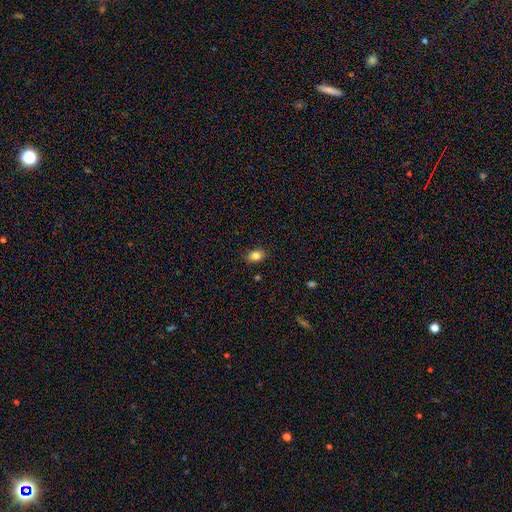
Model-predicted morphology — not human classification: Smooth or featured? Predicted: smooth (p=0.84). How rounded? Predicted: in between (p=0.80). Merging? Predicted: none (p=0.85).